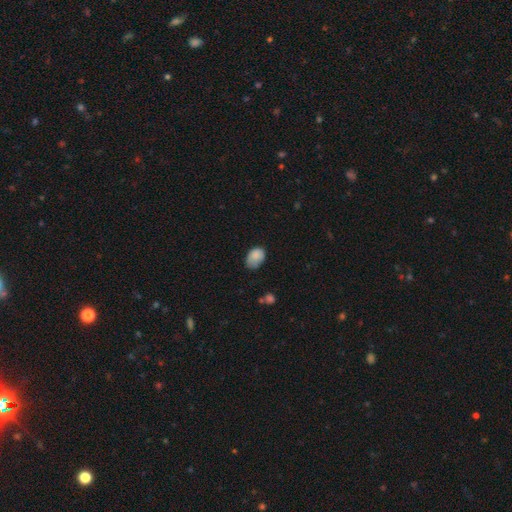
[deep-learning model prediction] Smooth or featured? Predicted: smooth (p=0.84). How rounded? Predicted: in between (p=0.81). Merging? Predicted: none (p=0.53).